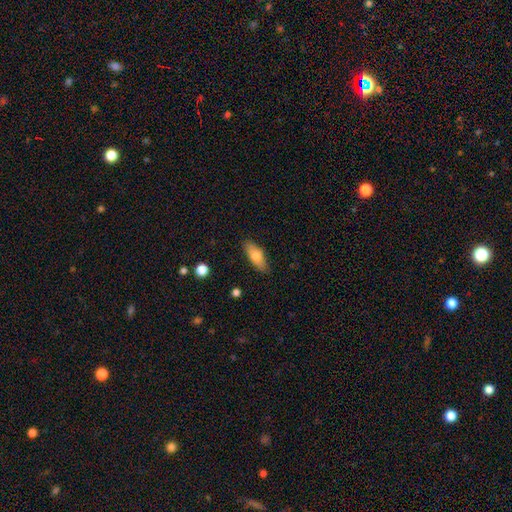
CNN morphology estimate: type=smooth (72%); roundness=in between (71%); merging=none (85%).